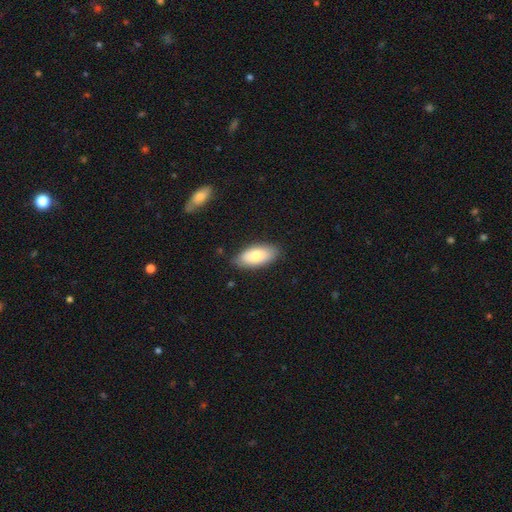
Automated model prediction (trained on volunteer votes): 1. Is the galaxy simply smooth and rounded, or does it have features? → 76% smooth, 18% featured or disk, 6% star or artifact.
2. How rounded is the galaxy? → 92% in between, 6% cigar-shaped, 2% round.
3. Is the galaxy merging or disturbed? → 82% none, 14% minor disturbance, 3% major disturbance, 1% merger.